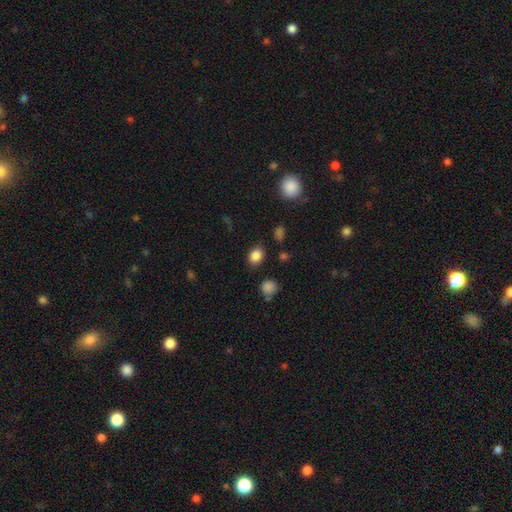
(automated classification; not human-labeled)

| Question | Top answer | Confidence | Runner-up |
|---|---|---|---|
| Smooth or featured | smooth | 85% | star or artifact (11%) |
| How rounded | in between | 55% | round (44%) |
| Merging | none | 84% | minor disturbance (11%) |